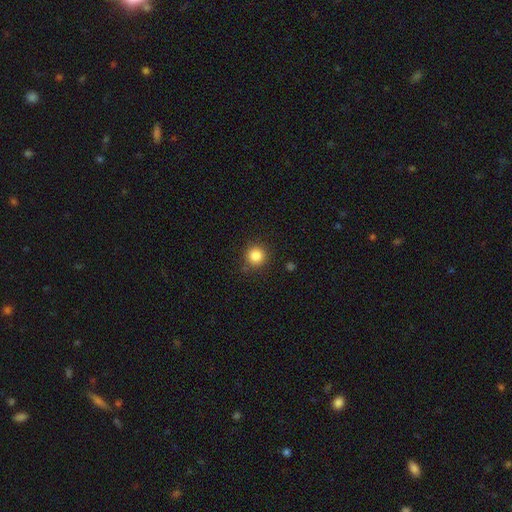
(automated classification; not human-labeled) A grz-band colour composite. It shows a smooth galaxy with no disk features (85%) that is round (94%). Merging: none (87%).